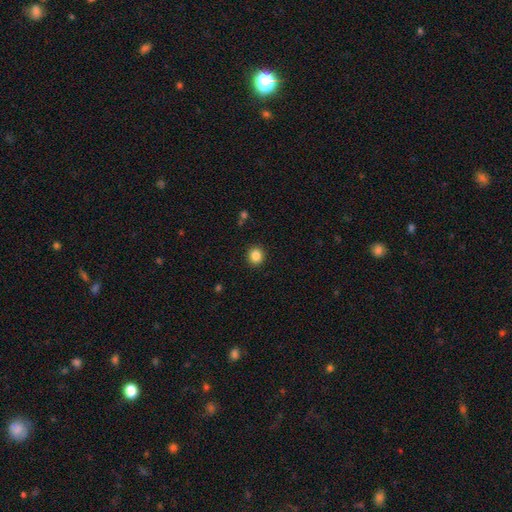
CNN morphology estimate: This is clearly a smooth galaxy (85%). How rounded: clearly round (87%). Merging: clearly none (91%).